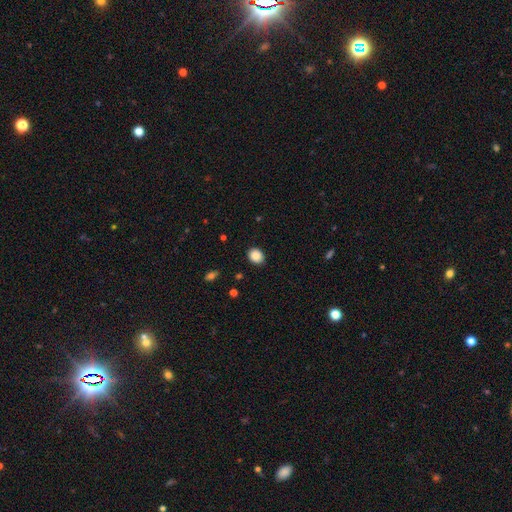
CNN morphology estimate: This appears to be a smooth galaxy with no disk features (88%) that is round (56%). Merging: none (89%).